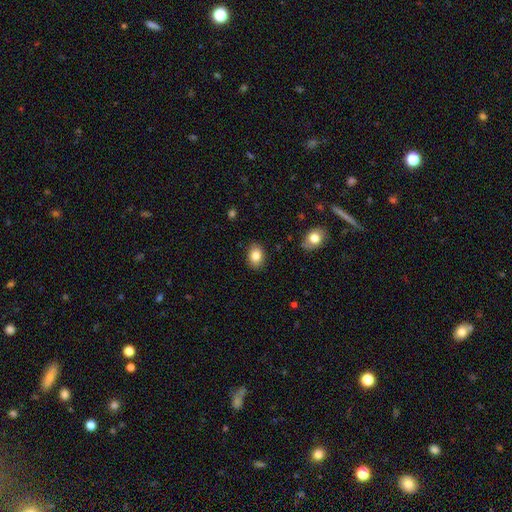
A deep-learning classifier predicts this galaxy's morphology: This appears to be a smooth galaxy with no disk features (84%) that is in between round and cigar-shaped (69%). Merging: none (87%).